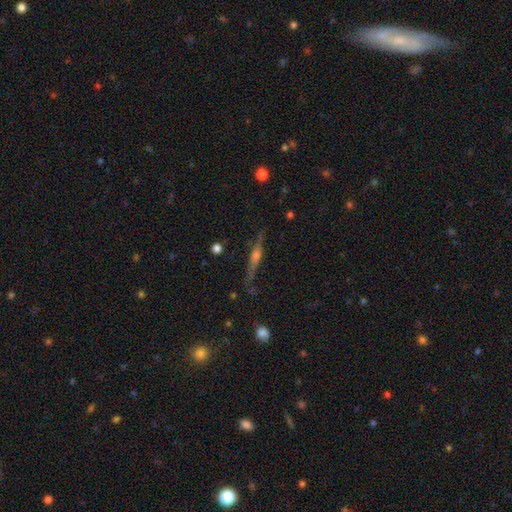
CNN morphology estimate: type=featured or disk (68%); edge-on=yes (94%); edge-on bulge=rounded (82%); merging=none (76%).